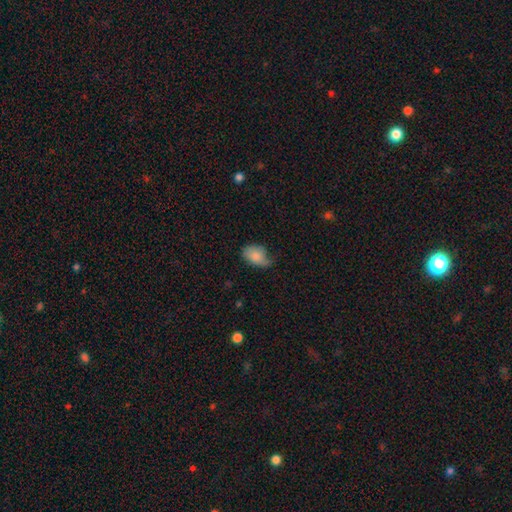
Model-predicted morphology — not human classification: Smooth or featured? smooth (78%)
How rounded? in between (80%)
Merging? minor disturbance (42%)